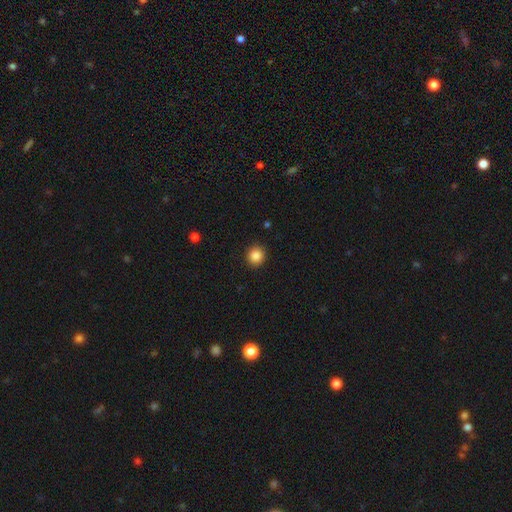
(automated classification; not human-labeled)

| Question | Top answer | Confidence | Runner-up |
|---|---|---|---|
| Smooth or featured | smooth | 86% | star or artifact (10%) |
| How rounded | round | 91% | in between (8%) |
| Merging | none | 92% | minor disturbance (5%) |